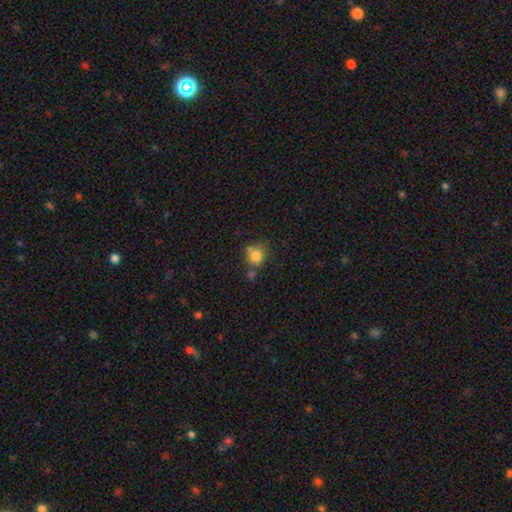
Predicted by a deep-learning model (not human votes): This appears to be a smooth galaxy with no disk features (80%) that is round (79%). Merging: none (51%).